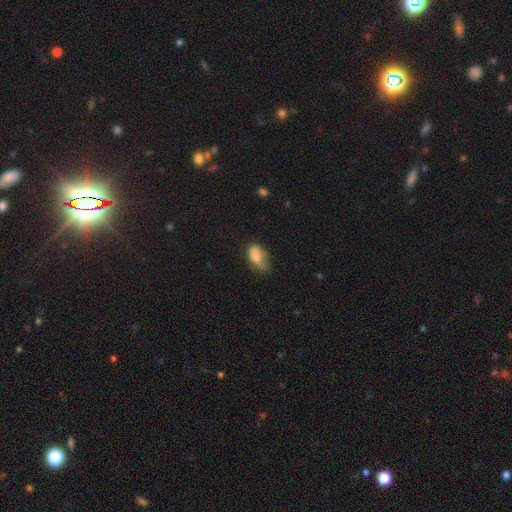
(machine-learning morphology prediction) A smooth galaxy with no disk features (79%) that is in between round and cigar-shaped (90%).

Vote fractions:
- Smooth or featured? smooth: 79% / featured or disk: 13% / star or artifact: 8%
- How rounded? in between: 90% / round: 6% / cigar-shaped: 4%
- Merging? minor disturbance: 41% / none: 34% / major disturbance: 23% / merger: 3%